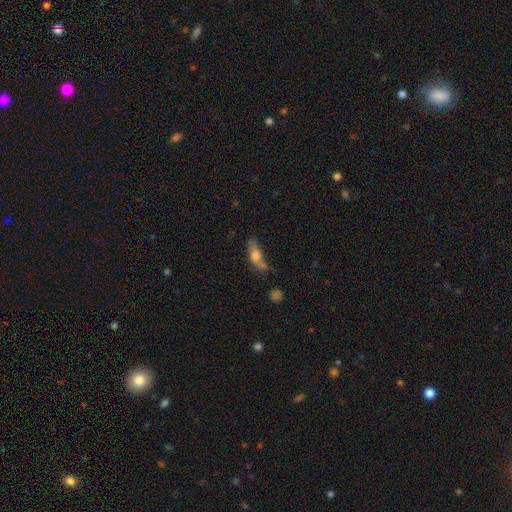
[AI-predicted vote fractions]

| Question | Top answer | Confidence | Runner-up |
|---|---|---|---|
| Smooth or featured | smooth | 56% | featured or disk (34%) |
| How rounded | in between | 61% | cigar-shaped (33%) |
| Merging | none | 40% | minor disturbance (26%) |